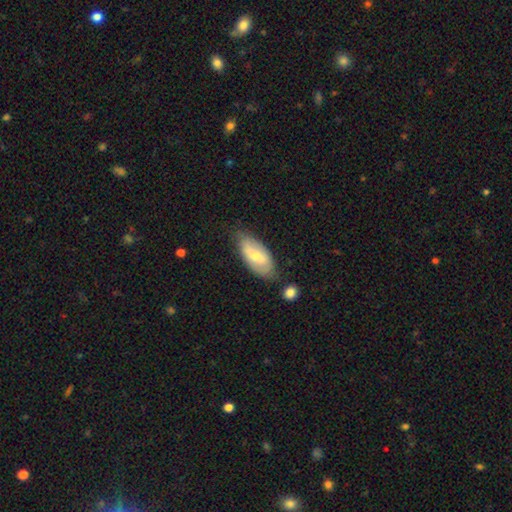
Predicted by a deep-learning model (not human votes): This is possibly a smooth galaxy (53%). How rounded: clearly in between (90%). Merging: likely none (68%).